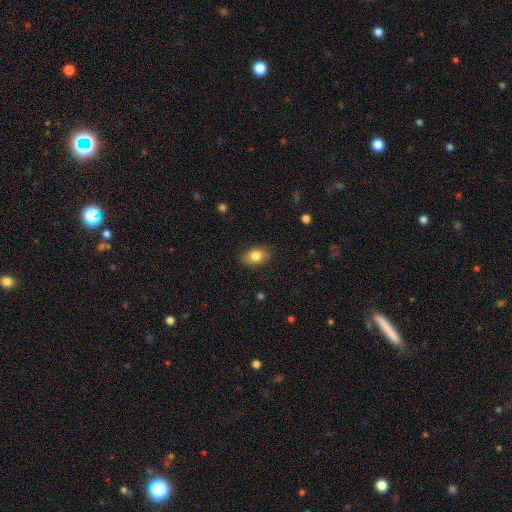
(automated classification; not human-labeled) Overall: smooth (82%). How rounded: in between (80%). Merging: none (84%).